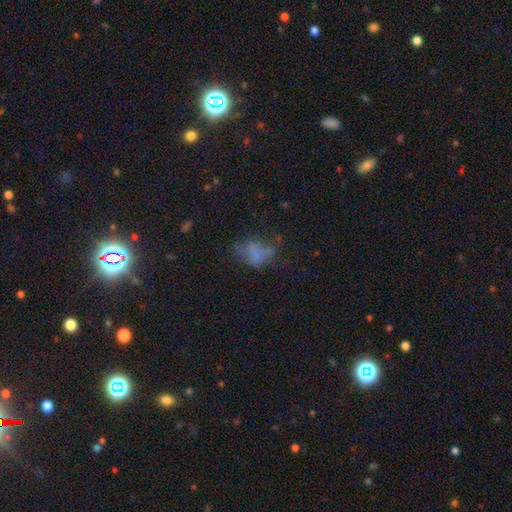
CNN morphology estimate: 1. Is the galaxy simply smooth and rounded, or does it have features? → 54% smooth, 28% featured or disk, 18% star or artifact.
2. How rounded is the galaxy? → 80% in between, 17% round, 3% cigar-shaped.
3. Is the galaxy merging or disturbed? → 38% none, 30% major disturbance, 25% minor disturbance, 7% merger.